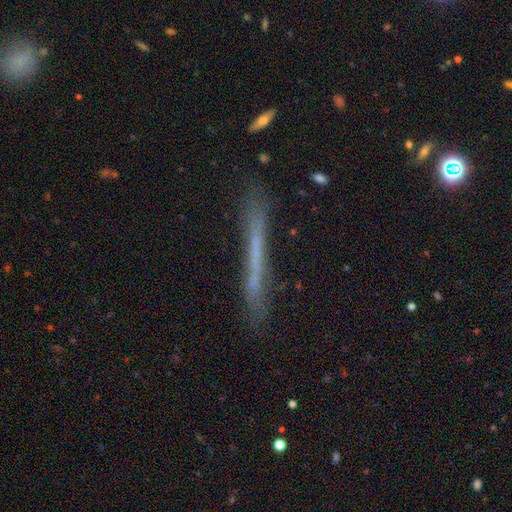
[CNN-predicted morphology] A smooth galaxy with no disk features (45%, tied with featured or disk). Merging: none (80%).